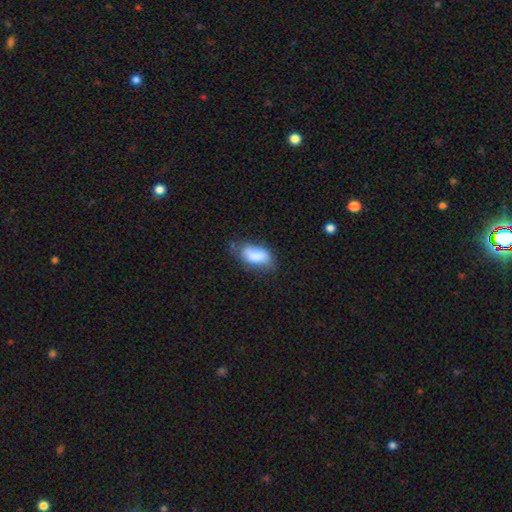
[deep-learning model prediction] Smooth or featured: smooth — 77% (featured or disk — 16%)
How rounded: in between — 91% (cigar-shaped — 5%)
Merging: none — 40% (minor disturbance — 36%)